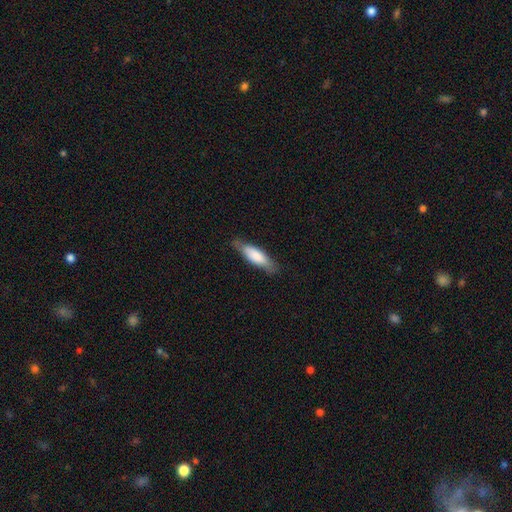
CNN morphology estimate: This appears to be a smooth galaxy with no disk features (74%) that is cigar-shaped (52%). Merging: none (75%).